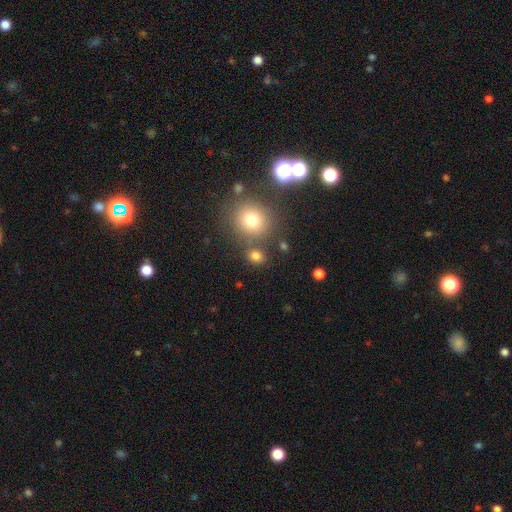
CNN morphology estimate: The model was most divided on "how rounded": round: 62%, in between: 37%, cigar-shaped: 1%. More confident: smooth or featured — smooth (76%); merging — none (73%).